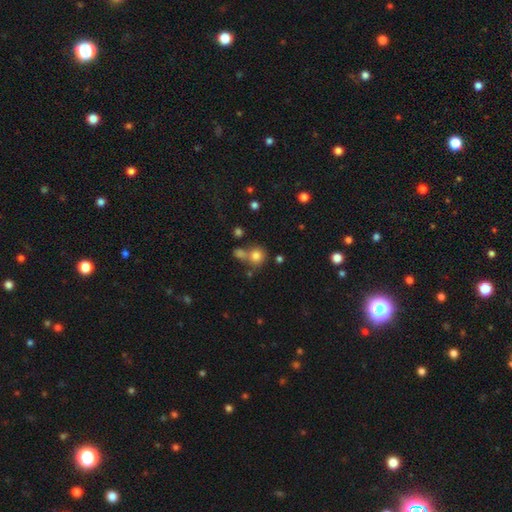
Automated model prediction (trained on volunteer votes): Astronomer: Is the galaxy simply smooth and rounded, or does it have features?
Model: smooth — 78%.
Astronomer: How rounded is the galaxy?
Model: round — 88%.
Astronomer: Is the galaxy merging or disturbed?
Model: none — 58%.